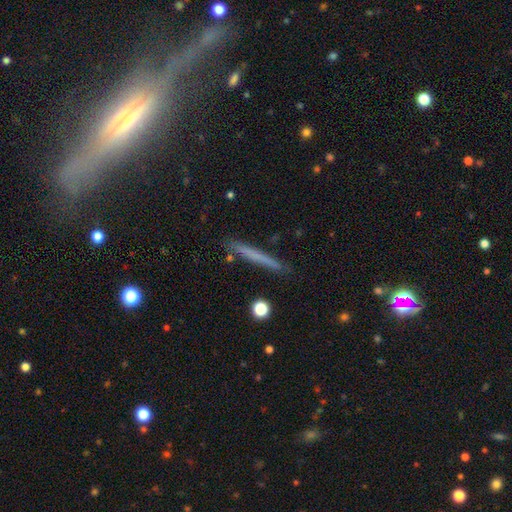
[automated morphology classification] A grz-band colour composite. It shows a smooth galaxy with no disk features (58%) that is cigar-shaped (96%). Merging: none (89%).